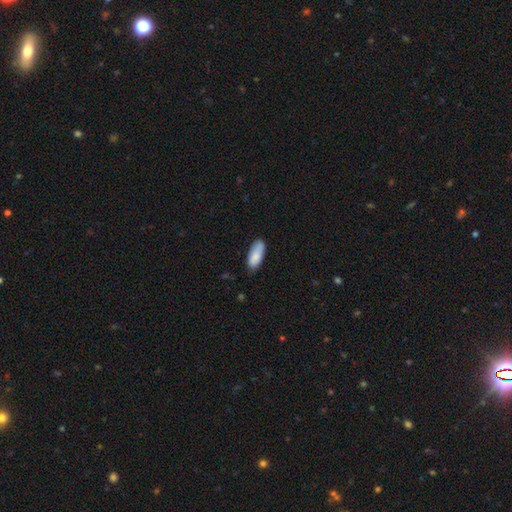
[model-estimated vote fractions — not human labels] Smooth or featured? smooth (86%)
How rounded? in between (81%)
Merging? none (76%)